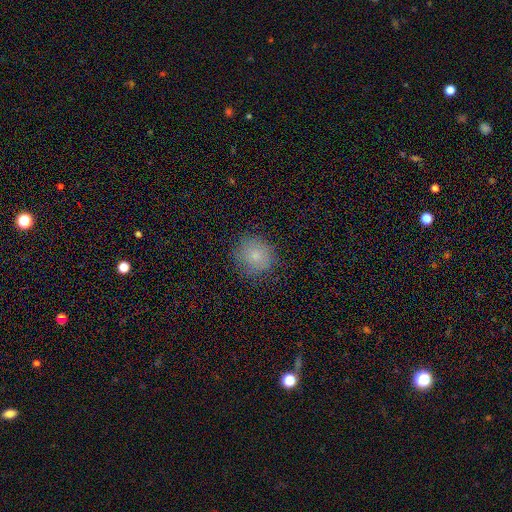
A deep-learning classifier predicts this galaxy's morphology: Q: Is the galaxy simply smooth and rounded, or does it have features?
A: smooth — 77%.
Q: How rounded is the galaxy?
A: round — 84%.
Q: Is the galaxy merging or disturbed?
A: none — 80%.